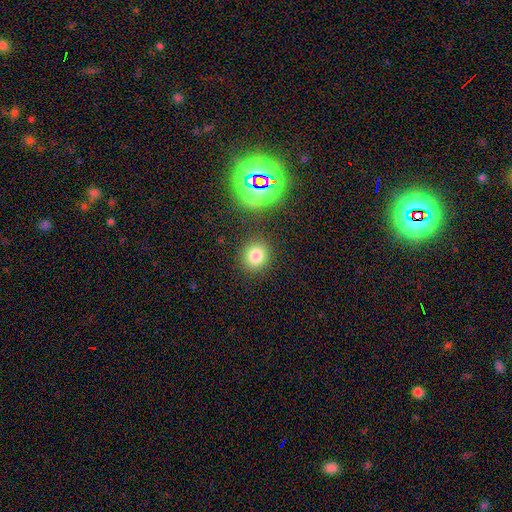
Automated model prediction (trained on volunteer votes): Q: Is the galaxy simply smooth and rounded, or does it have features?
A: smooth — 78%.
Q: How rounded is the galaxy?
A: round — 80%.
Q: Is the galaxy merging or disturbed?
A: none — 85%.